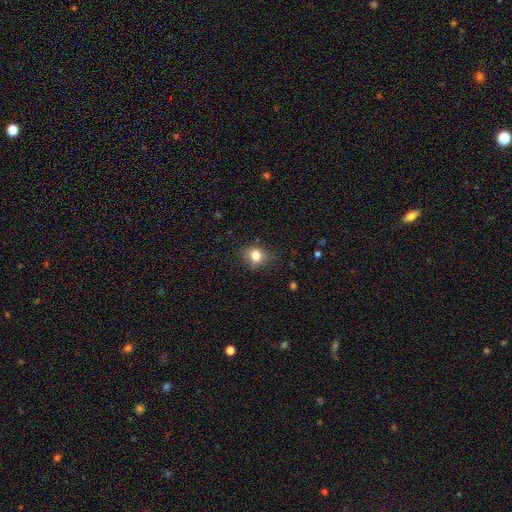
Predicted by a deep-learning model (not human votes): This is clearly a smooth galaxy (80%). How rounded: likely round (66%). Merging: likely none (76%).